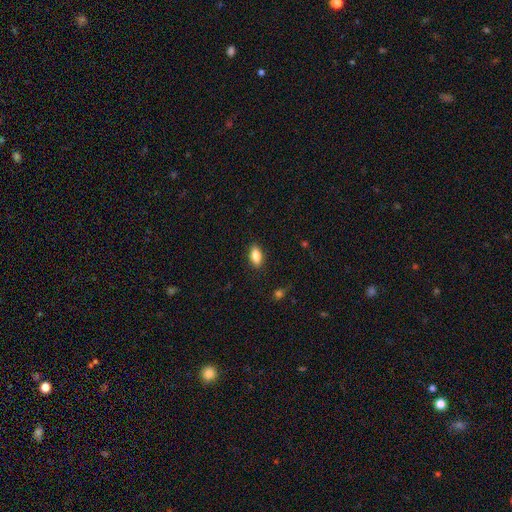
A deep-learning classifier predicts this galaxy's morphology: Smooth or featured? smooth (83%)
How rounded? in between (89%)
Merging? none (87%)